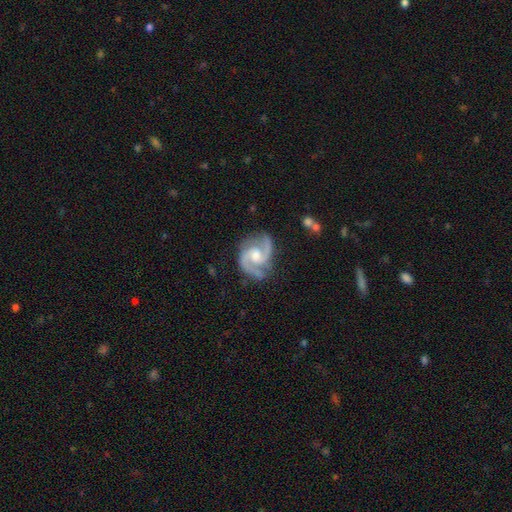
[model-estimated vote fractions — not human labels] Smooth or featured?
  - featured or disk: 92% *
  - star or artifact: 4%
  - smooth: 4%
Edge-on disk?
  - no: 98% *
  - yes: 2%
Bar?
  - no: 50% *
  - weak: 41%
  - strong: 8%
Spiral arms?
  - yes: 98% *
  - no: 2%
Spiral winding?
  - medium: 63% *
  - tight: 24%
  - loose: 14%
Spiral arm count?
  - 2: 88% *
  - 3: 6%
  - can't tell: 2%
  - 1: 1%
  - 4: 1%
  - more than 4: 1%
Bulge size?
  - moderate: 65% *
  - small: 23%
  - large: 6%
  - none: 4%
  - dominant: 1%
Merging?
  - none: 75% *
  - minor disturbance: 18%
  - major disturbance: 6%
  - merger: 2%